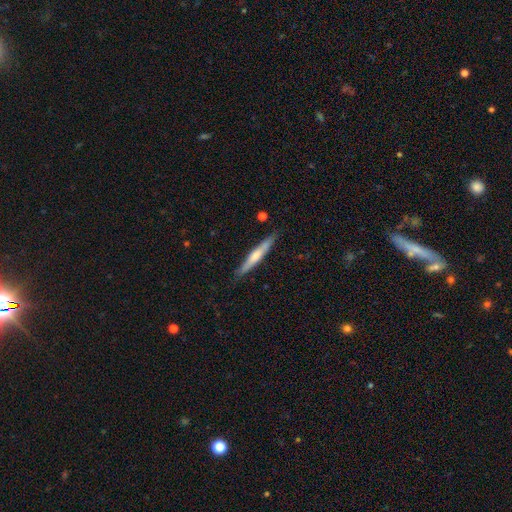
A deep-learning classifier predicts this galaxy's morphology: This appears to be a smooth galaxy with no disk features (51%) that is cigar-shaped (94%). Merging: none (86%).